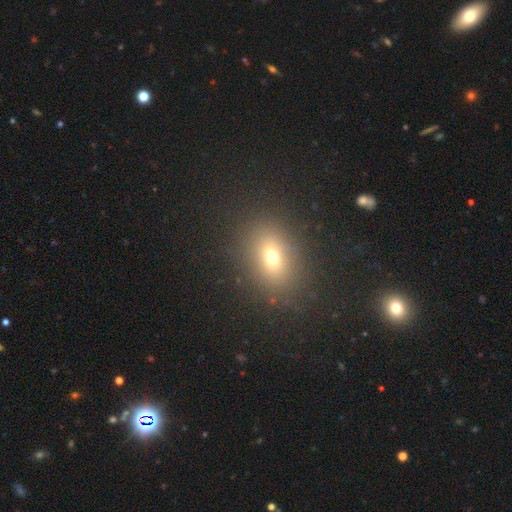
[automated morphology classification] This is likely a smooth galaxy (65%). How rounded: likely in between (63%). Merging: clearly none (86%).